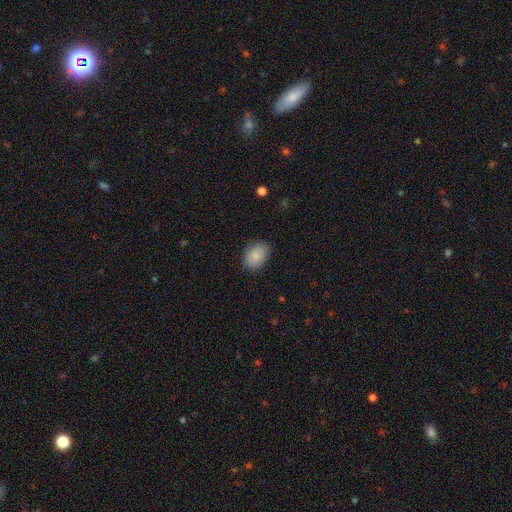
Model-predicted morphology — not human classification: Overall: smooth (85%). How rounded: in between (73%). Merging: none (82%).